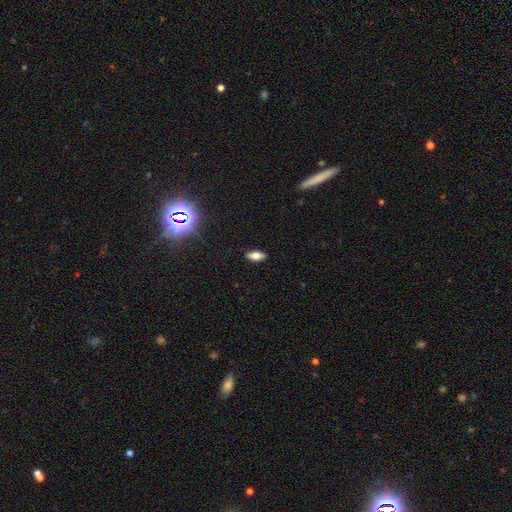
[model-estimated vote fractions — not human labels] Smooth or featured? Predicted: smooth (p=0.71). How rounded? Predicted: in between (p=0.81). Merging? Predicted: none (p=0.89).